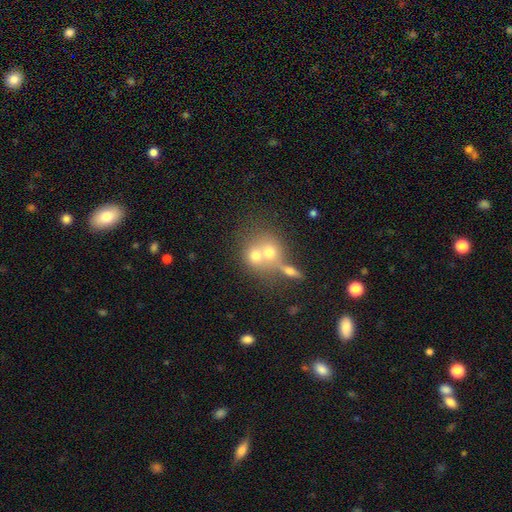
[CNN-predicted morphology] Smooth or featured? smooth (64%)
How rounded? round (75%)
Merging? merger (63%)